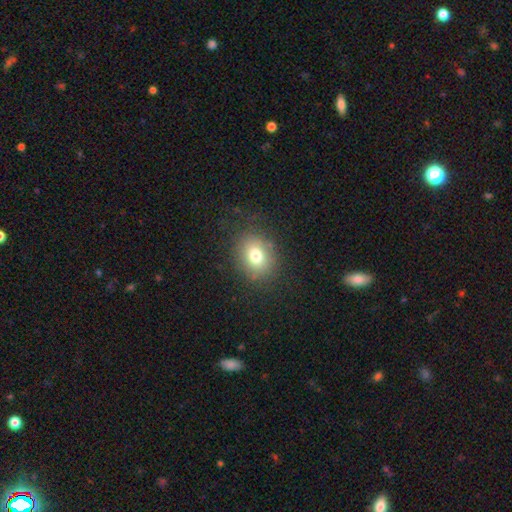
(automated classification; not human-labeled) Smooth or featured? Predicted: smooth (p=0.76). How rounded? Predicted: round (p=0.52). Merging? Predicted: none (p=0.81).